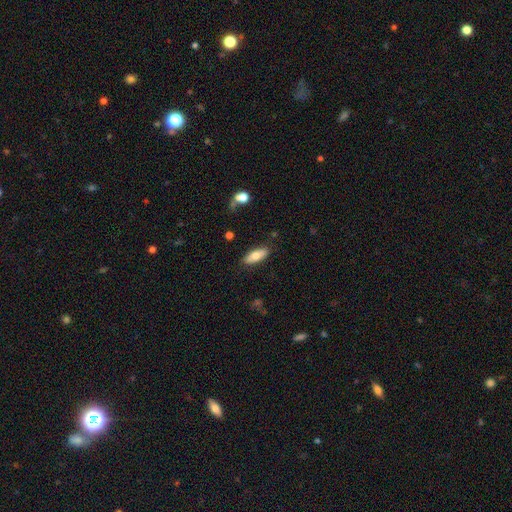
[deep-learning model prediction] Morphology: type=smooth (72%); roundness=in between (74%); merging=none (84%).